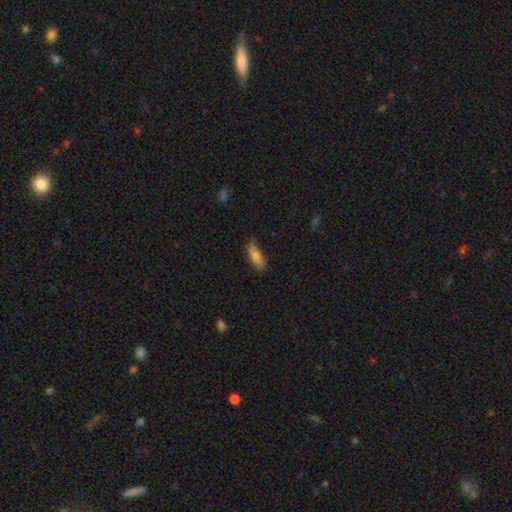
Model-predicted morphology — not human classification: smooth 72%, featured or disk 22%, star or artifact 7%. Down the decision tree: how rounded — in between (53%); merging — none (78%).